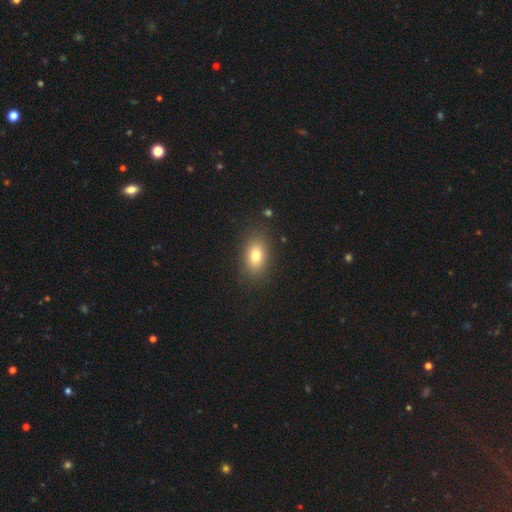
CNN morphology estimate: smooth-or-featured: smooth: 78% | featured or disk: 12% | star or artifact: 10%
  how-rounded: in between: 82% | round: 16% | cigar-shaped: 2%
  merging: none: 86% | minor disturbance: 9% | major disturbance: 3% | merger: 1%